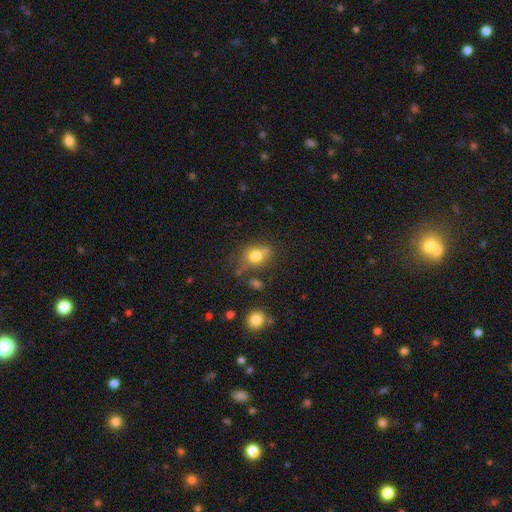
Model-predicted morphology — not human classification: This appears to be a smooth galaxy with no disk features (76%) that is round (58%). Merging: none (55%).